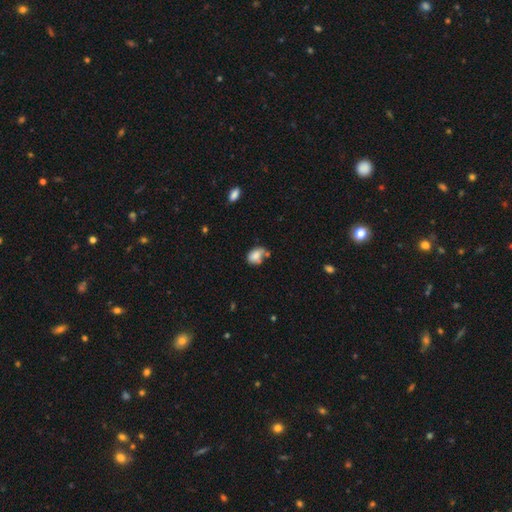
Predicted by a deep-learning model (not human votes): Q: Smooth or featured?
A: smooth (78%); runner-up: featured or disk (12%)
Q: How rounded?
A: in between (74%); runner-up: round (25%)
Q: Merging?
A: none (39%); runner-up: minor disturbance (28%)